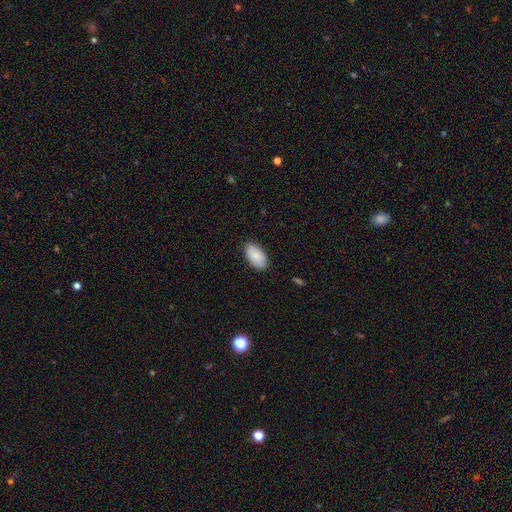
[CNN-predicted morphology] Smooth or featured: smooth — 85% (featured or disk — 9%)
How rounded: in between — 95% (round — 3%)
Merging: none — 87% (minor disturbance — 10%)